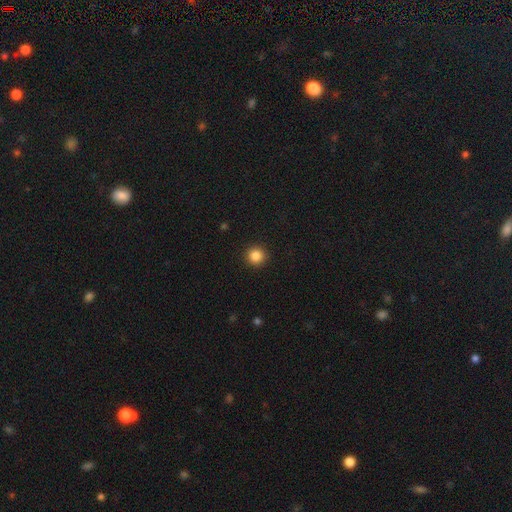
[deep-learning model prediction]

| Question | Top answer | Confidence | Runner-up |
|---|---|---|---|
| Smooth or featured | smooth | 86% | star or artifact (11%) |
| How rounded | round | 95% | in between (4%) |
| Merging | none | 93% | minor disturbance (5%) |